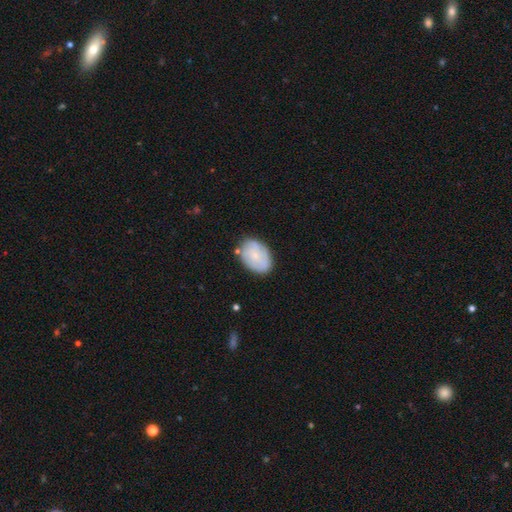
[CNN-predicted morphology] Smooth or featured? smooth (60%)
How rounded? in between (81%)
Merging? none (74%)